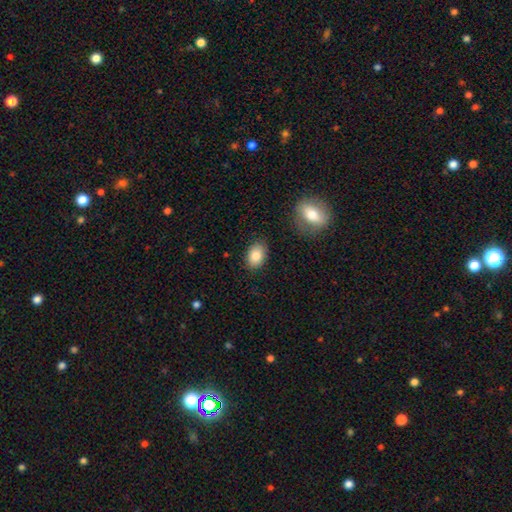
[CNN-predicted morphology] Smooth or featured? Predicted: smooth (p=0.83). How rounded? Predicted: in between (p=0.83). Merging? Predicted: none (p=0.85).